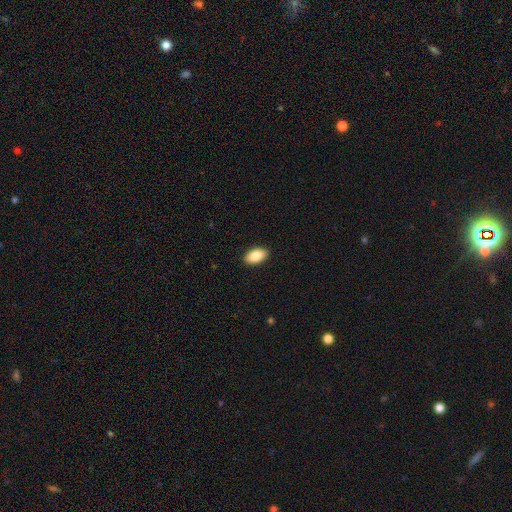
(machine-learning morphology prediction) This appears to be a smooth galaxy with no disk features (87%) that is in between round and cigar-shaped (94%). Merging: none (90%).